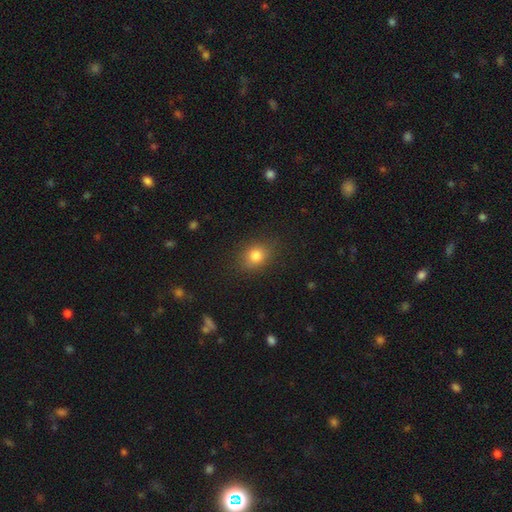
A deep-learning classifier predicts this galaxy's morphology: Smooth or featured? smooth (81%)
How rounded? round (55%)
Merging? none (82%)